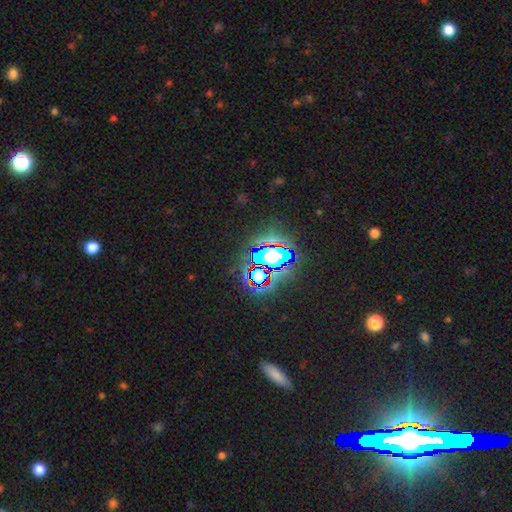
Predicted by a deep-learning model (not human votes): Q: Smooth or featured?
A: star or artifact (81%); runner-up: smooth (11%)